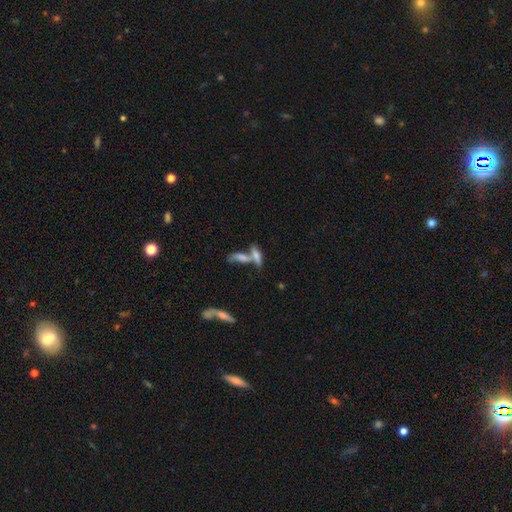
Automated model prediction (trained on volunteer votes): smooth_or_featured: smooth (p=0.56) [alt: featured or disk p=0.32]
how_rounded: in between (p=0.49) [alt: cigar-shaped p=0.47]
merging: merger (p=0.55) [alt: none p=0.31]